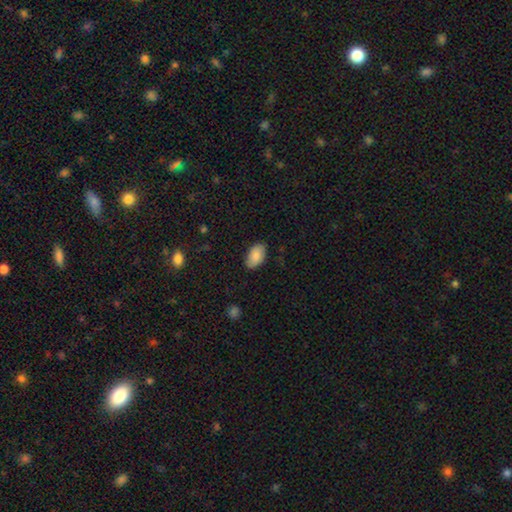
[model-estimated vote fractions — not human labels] The model was most divided on "merging": none: 82%, minor disturbance: 14%, major disturbance: 3%, merger: 1%. More confident: how rounded — in between (94%); smooth or featured — smooth (86%).